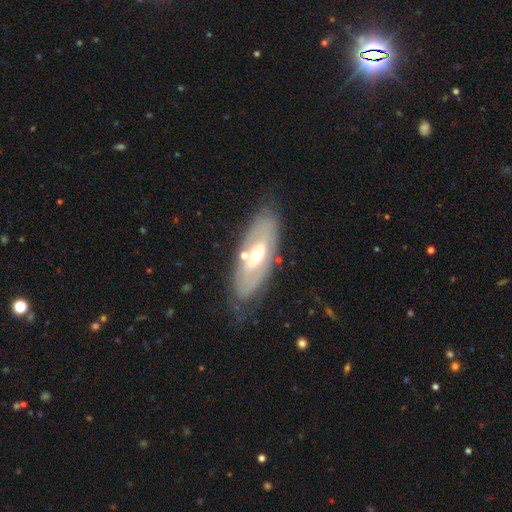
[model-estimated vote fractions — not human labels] featured or disk 66%, smooth 28%, star or artifact 6%. Down the decision tree: edge-on disk — no (80%); bar — no (67%); spiral arms — no (69%); bulge size — moderate (72%); merging — none (72%).